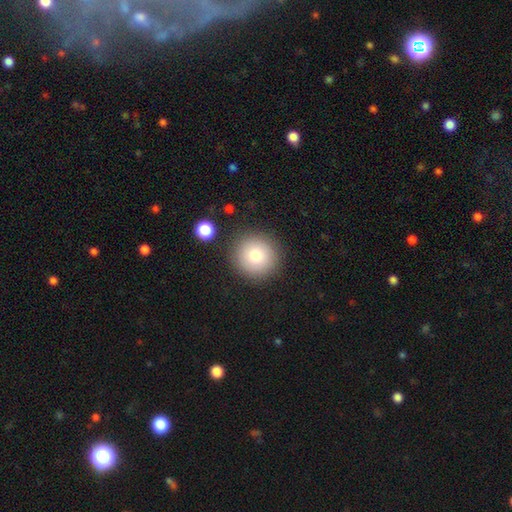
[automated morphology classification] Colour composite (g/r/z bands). It shows a smooth galaxy with no disk features (79%) that is round (95%). Merging: none (88%).